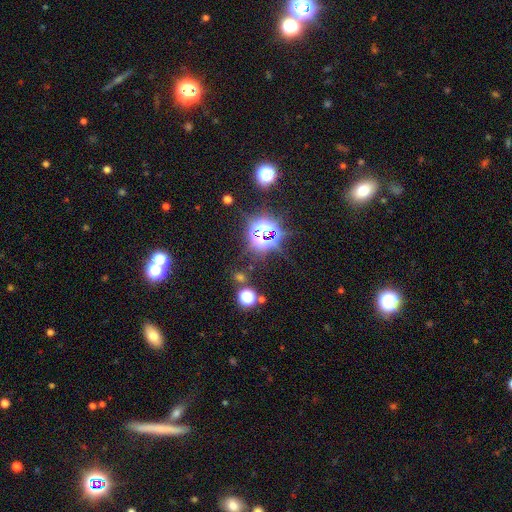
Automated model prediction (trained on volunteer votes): star or artifact 73%, smooth 18%, featured or disk 9%.